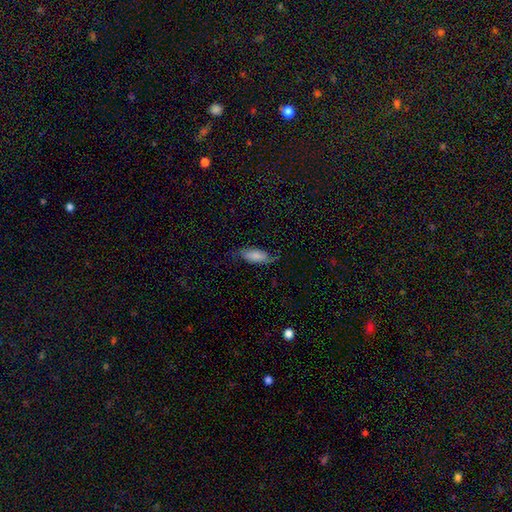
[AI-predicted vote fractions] This is likely a smooth galaxy (64%). How rounded: likely in between (79%). Merging: likely none (63%).